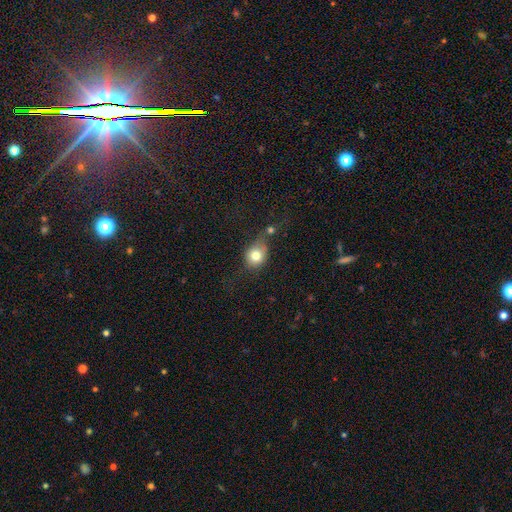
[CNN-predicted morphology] Smooth or featured? smooth (76%)
How rounded? round (65%)
Merging? none (39%)